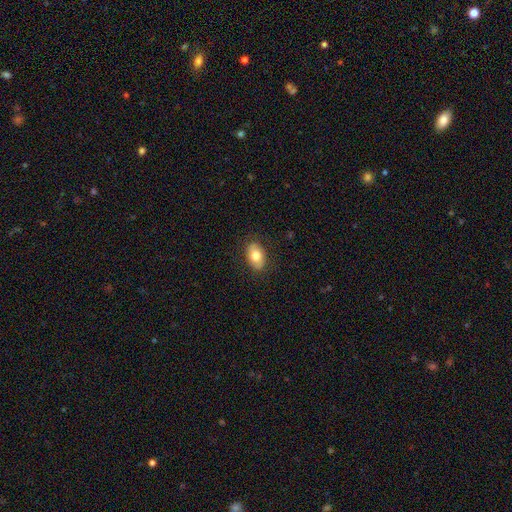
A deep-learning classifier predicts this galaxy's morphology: The model was most divided on "smooth or featured": smooth: 77%, featured or disk: 16%, star or artifact: 7%. More confident: how rounded — in between (89%); merging — none (86%).